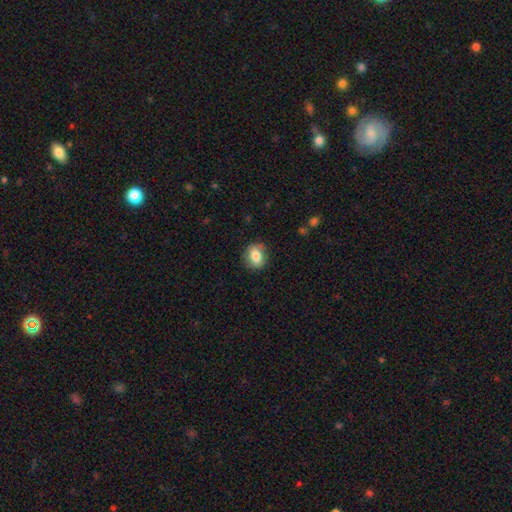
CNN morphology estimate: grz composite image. It shows a smooth galaxy with no disk features (79%) that is round (51%). Merging: none (81%).